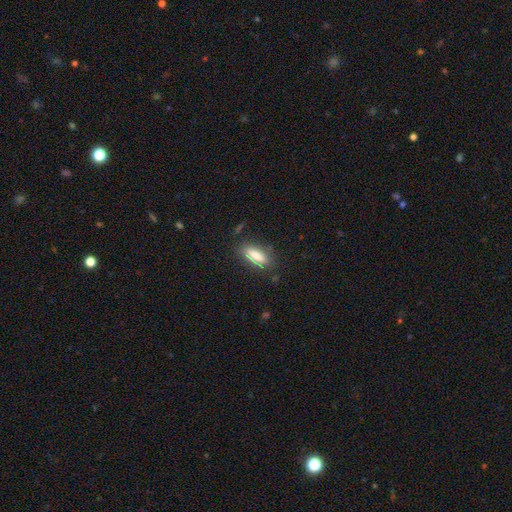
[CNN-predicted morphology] Smooth or featured?
  - smooth: 78% *
  - featured or disk: 14%
  - star or artifact: 8%
How rounded?
  - in between: 70% *
  - cigar-shaped: 27%
  - round: 3%
Merging?
  - none: 78% *
  - minor disturbance: 16%
  - major disturbance: 4%
  - merger: 2%